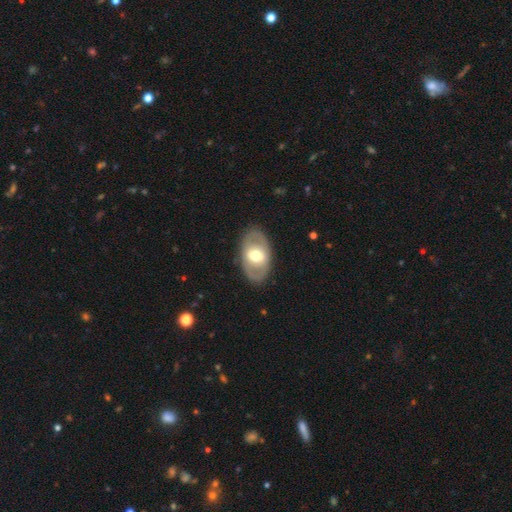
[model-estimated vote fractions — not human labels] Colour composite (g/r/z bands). It shows a featured or disk galaxy (53%). Merging: none (85%).